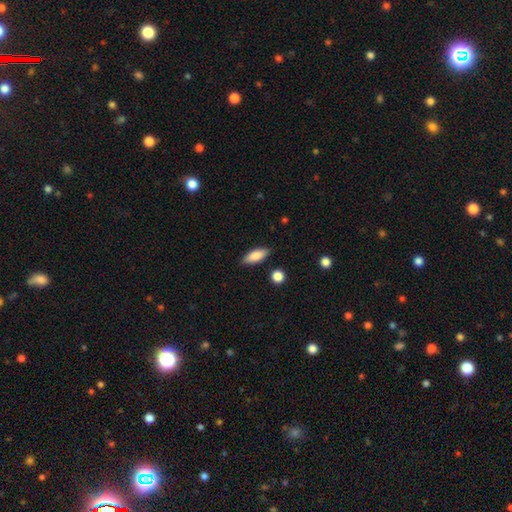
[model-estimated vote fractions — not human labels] smooth 84%, featured or disk 10%, star or artifact 7%. Down the decision tree: how rounded — in between (74%); merging — none (86%).